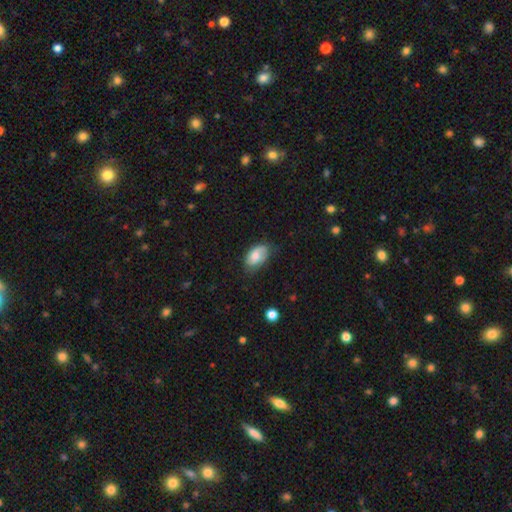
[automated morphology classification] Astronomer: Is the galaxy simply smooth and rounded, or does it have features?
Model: smooth — 68%.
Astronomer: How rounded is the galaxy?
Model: in between — 92%.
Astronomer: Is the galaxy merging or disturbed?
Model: none — 64%.